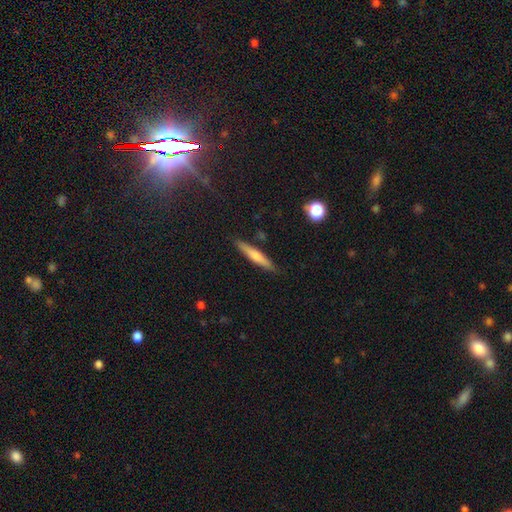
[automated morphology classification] smooth-or-featured: smooth: 58% | featured or disk: 36% | star or artifact: 6%
  how-rounded: cigar-shaped: 91% | in between: 7% | round: 2%
  merging: none: 88% | minor disturbance: 9% | major disturbance: 2% | merger: 2%